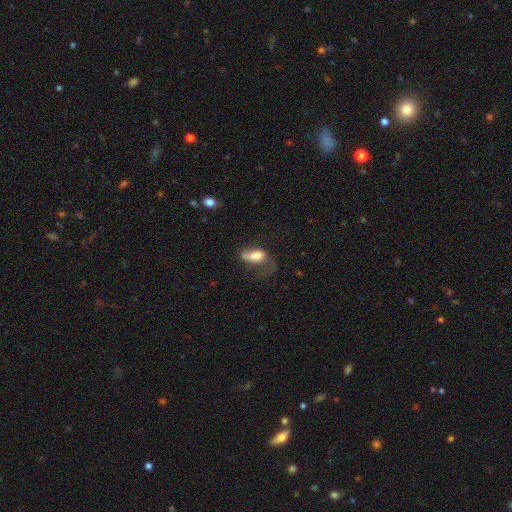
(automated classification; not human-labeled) Overall: smooth (64%; featured or disk 27%). How rounded: in between (84%). Merging: major disturbance (45%; none 24%).